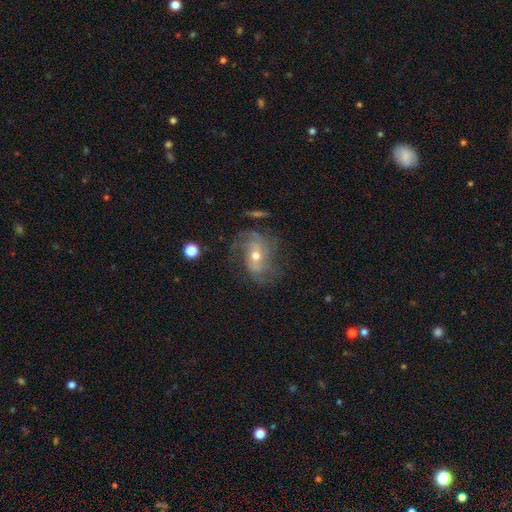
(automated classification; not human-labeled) Smooth or featured? Predicted: featured or disk (p=0.79). Edge-on disk? Predicted: no (p=0.96). Bar? Predicted: no (p=0.52). Spiral arms? Predicted: yes (p=0.89). Spiral winding? Predicted: medium (p=0.42). Spiral arm count? Predicted: can't tell (p=0.31). Bulge size? Predicted: moderate (p=0.60). Merging? Predicted: none (p=0.59).